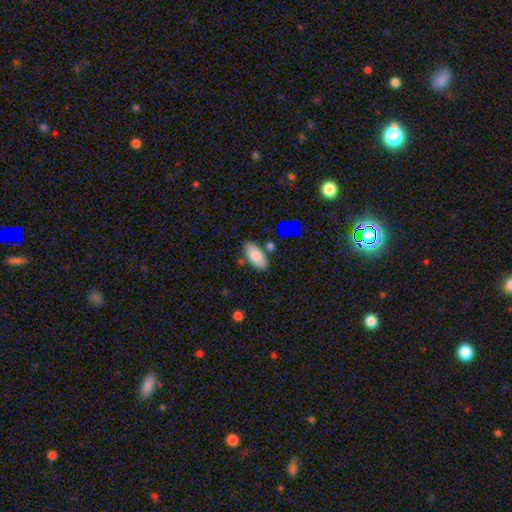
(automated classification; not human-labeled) smooth_or_featured: smooth (p=0.78) [alt: featured or disk p=0.13]
how_rounded: in between (p=0.91) [alt: cigar-shaped p=0.06]
merging: none (p=0.75) [alt: minor disturbance p=0.14]